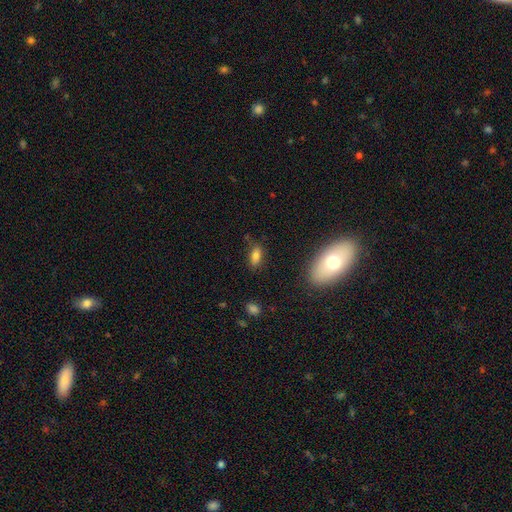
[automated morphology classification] Smooth or featured: smooth — 77% (star or artifact — 12%)
How rounded: in between — 83% (cigar-shaped — 12%)
Merging: none — 75% (minor disturbance — 17%)